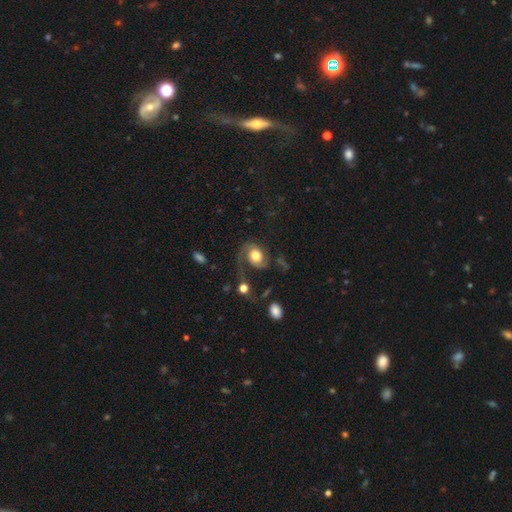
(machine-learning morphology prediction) A featured or disk galaxy (57%) with no bar (75%), spiral arms (87%) and a moderate central bulge (48%). Merging: none (40%).